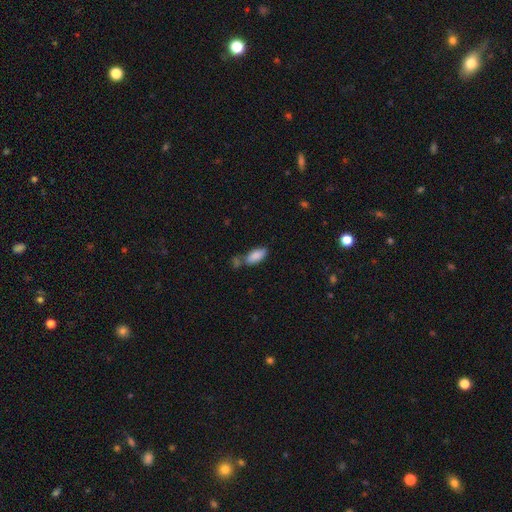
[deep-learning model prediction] Overall: smooth (87%). How rounded: in between (86%). Merging: none (53%; merger 27%).